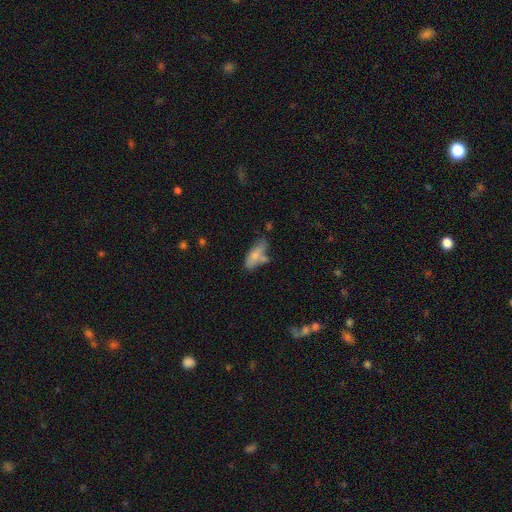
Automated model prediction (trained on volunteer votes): A smooth galaxy with no disk features (72%) that is in between round and cigar-shaped (68%).

Vote fractions:
- Smooth or featured? smooth: 72% / featured or disk: 21% / star or artifact: 8%
- How rounded? in between: 68% / cigar-shaped: 30% / round: 3%
- Merging? none: 47% / minor disturbance: 23% / merger: 22% / major disturbance: 9%